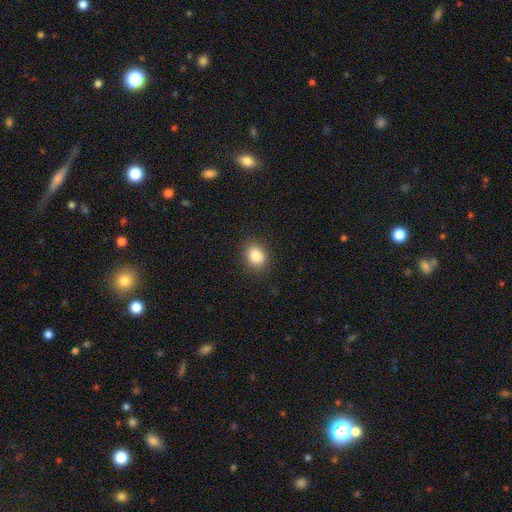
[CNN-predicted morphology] Smooth or featured?
  - smooth: 84% *
  - star or artifact: 10%
  - featured or disk: 6%
How rounded?
  - round: 54% *
  - in between: 45%
  - cigar-shaped: 1%
Merging?
  - none: 88% *
  - minor disturbance: 9%
  - major disturbance: 3%
  - merger: 1%